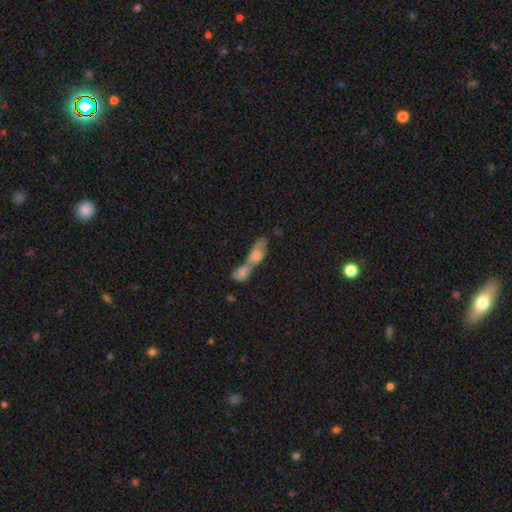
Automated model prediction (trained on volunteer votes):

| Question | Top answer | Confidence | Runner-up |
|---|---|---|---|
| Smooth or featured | smooth | 69% | featured or disk (21%) |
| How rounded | in between | 68% | cigar-shaped (24%) |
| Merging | merger | 77% | none (13%) |